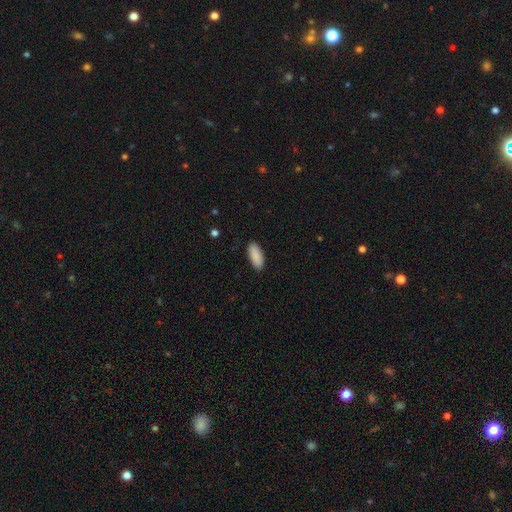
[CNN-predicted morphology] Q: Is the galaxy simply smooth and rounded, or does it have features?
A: smooth — 88%.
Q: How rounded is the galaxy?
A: in between — 84%.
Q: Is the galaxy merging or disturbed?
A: none — 88%.